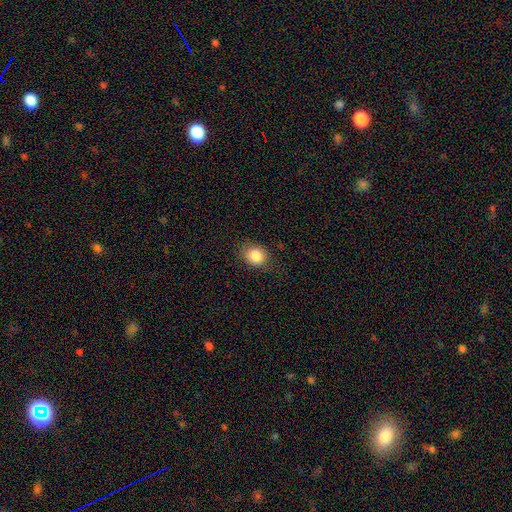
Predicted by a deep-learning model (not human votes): Smooth or featured? Predicted: smooth (p=0.85). How rounded? Predicted: round (p=0.55). Merging? Predicted: none (p=0.78).